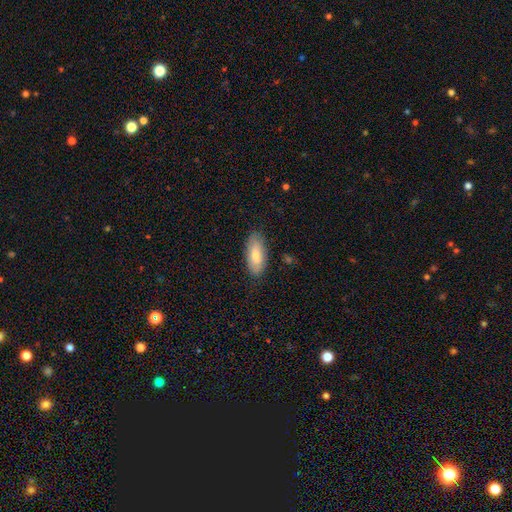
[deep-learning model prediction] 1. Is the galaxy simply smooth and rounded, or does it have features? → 74% smooth, 20% featured or disk, 6% star or artifact.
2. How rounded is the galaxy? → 85% in between, 13% cigar-shaped, 2% round.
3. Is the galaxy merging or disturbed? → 84% none, 13% minor disturbance, 3% major disturbance, 1% merger.